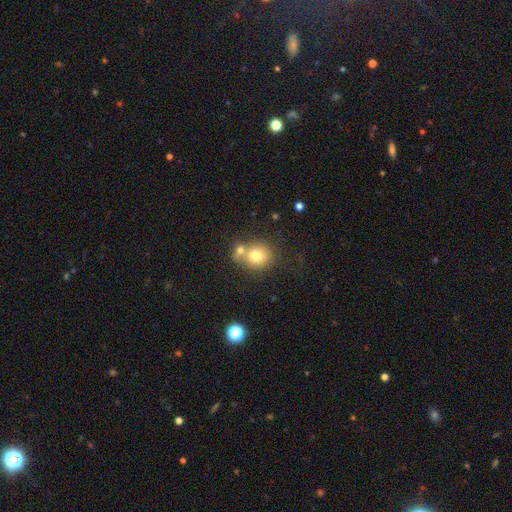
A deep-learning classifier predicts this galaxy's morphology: Smooth or featured: smooth — 73% (featured or disk — 15%)
How rounded: round — 76% (in between — 23%)
Merging: none — 43% (merger — 42%)